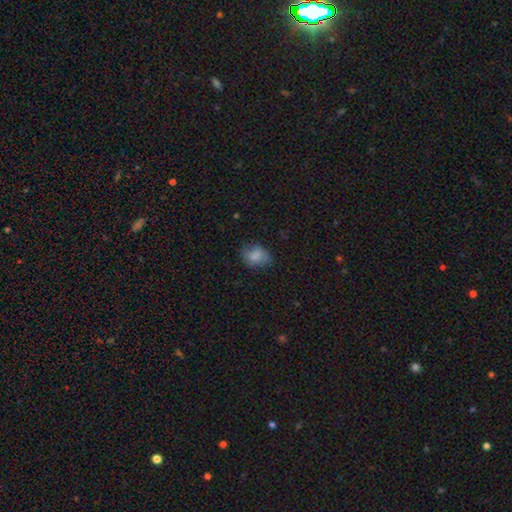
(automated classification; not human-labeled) smooth-or-featured: smooth: 79% | featured or disk: 12% | star or artifact: 9%
  how-rounded: in between: 59% | round: 40% | cigar-shaped: 1%
  merging: none: 66% | minor disturbance: 25% | major disturbance: 8% | merger: 1%